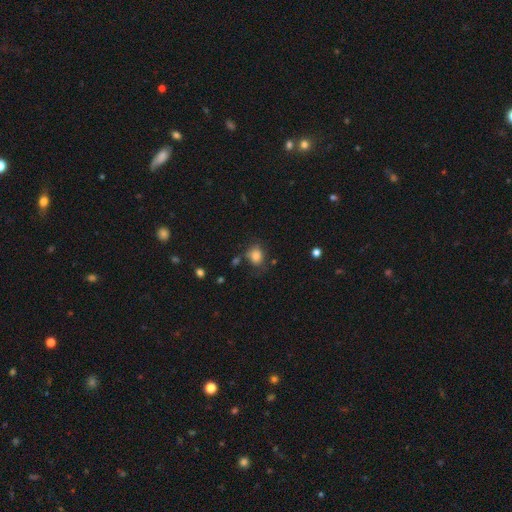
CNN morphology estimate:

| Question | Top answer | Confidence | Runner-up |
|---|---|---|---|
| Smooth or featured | smooth | 81% | star or artifact (11%) |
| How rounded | round | 54% | in between (45%) |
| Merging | none | 64% | minor disturbance (22%) |